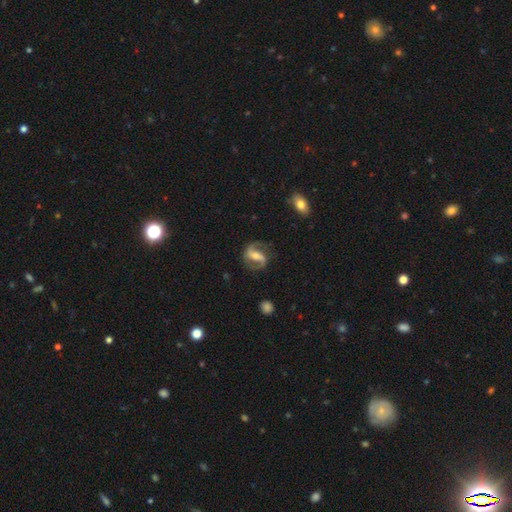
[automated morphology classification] Smooth or featured: featured or disk — 86% (smooth — 9%)
Edge-on disk: no — 96% (yes — 4%)
Bar: strong — 53% (weak — 30%)
Spiral arms: yes — 95% (no — 5%)
Spiral winding: medium — 50% (loose — 33%)
Spiral arm count: 2 — 92% (can't tell — 3%)
Bulge size: moderate — 52% (small — 39%)
Merging: none — 78% (minor disturbance — 13%)